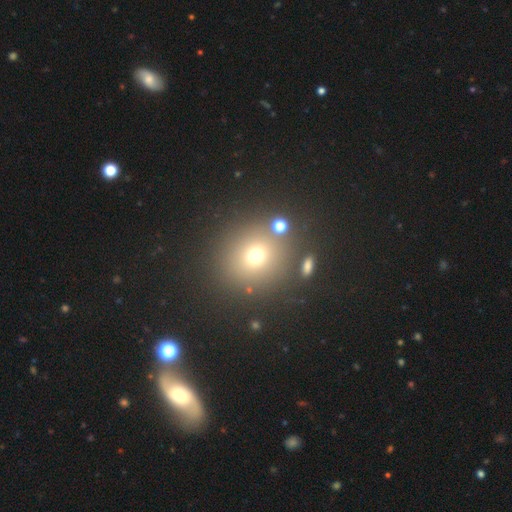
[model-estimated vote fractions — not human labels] Overall: smooth (68%). How rounded: round (84%). Merging: none (80%).